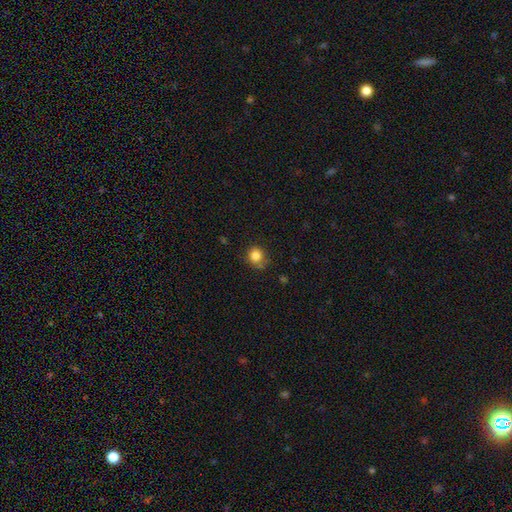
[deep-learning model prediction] The model was most divided on "merging": none: 72%, minor disturbance: 18%, merger: 5%, major disturbance: 5%. More confident: how rounded — round (88%); smooth or featured — smooth (84%).